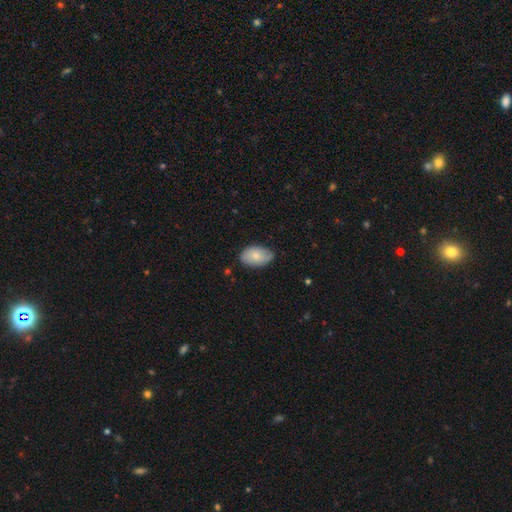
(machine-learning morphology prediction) This is likely a smooth galaxy (74%). How rounded: clearly in between (92%). Merging: likely none (75%).